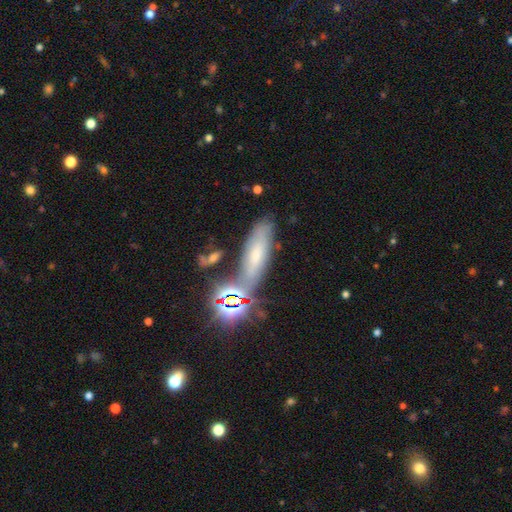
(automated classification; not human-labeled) A smooth galaxy with no disk features (43%). Merging: none (67%).